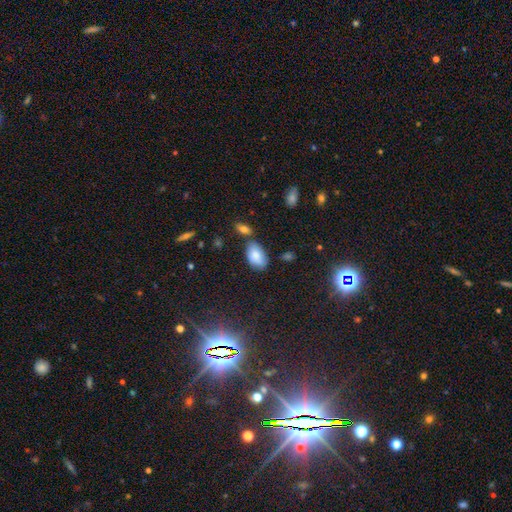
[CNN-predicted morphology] A smooth galaxy with no disk features (82%) that is in between round and cigar-shaped (93%).

Vote fractions:
- Smooth or featured? smooth: 82% / featured or disk: 10% / star or artifact: 8%
- How rounded? in between: 93% / round: 5% / cigar-shaped: 2%
- Merging? none: 66% / minor disturbance: 20% / merger: 10% / major disturbance: 4%